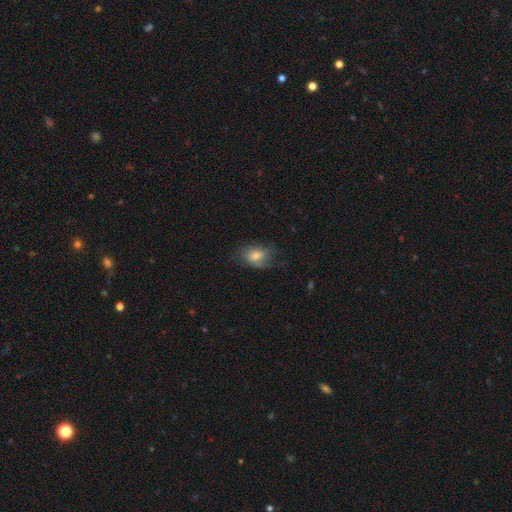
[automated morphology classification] Overall: smooth (61%; featured or disk 29%). How rounded: in between (81%). Merging: none (58%; minor disturbance 26%).